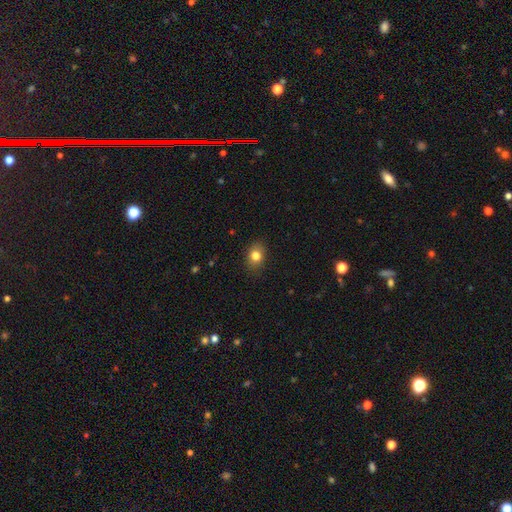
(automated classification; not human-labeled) Smooth or featured? smooth (81%)
How rounded? in between (65%)
Merging? none (85%)